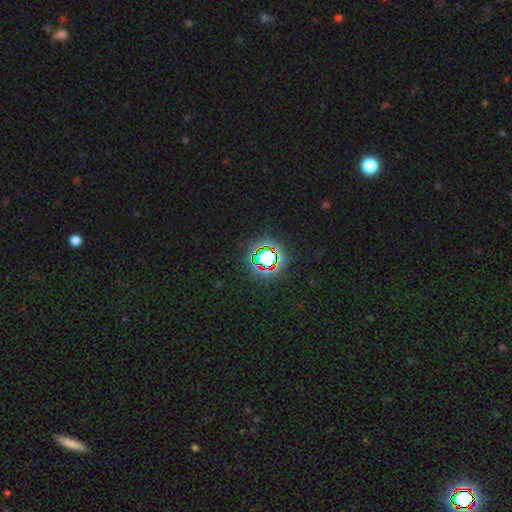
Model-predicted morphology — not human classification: Smooth or featured: star or artifact — 74% (smooth — 17%)